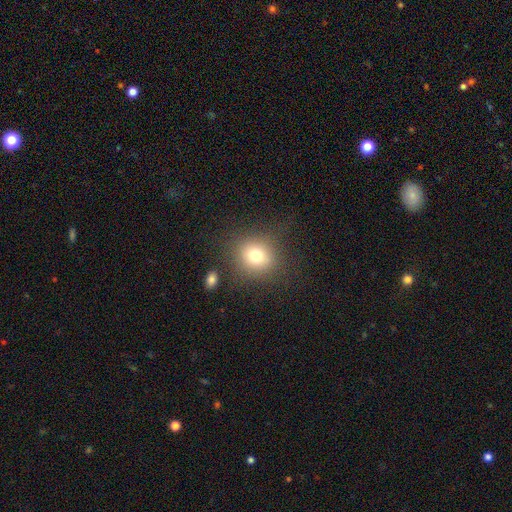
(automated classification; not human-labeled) This appears to be a smooth galaxy with no disk features (75%) that is round (82%). Merging: none (80%).